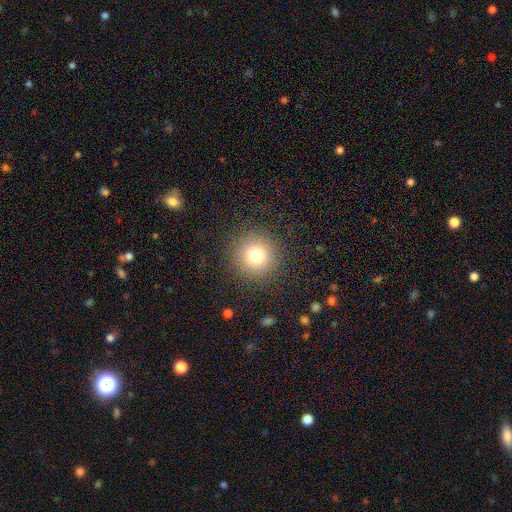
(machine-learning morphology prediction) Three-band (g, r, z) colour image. It shows a smooth galaxy with no disk features (77%) that is round (95%). Merging: none (89%).